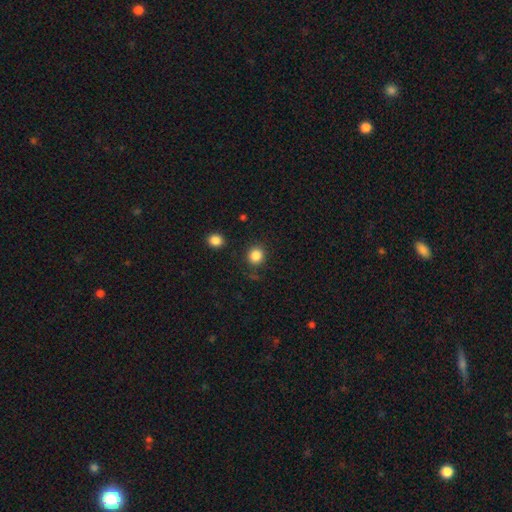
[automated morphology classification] Smooth or featured? Predicted: smooth (p=0.86). How rounded? Predicted: round (p=0.87). Merging? Predicted: none (p=0.85).